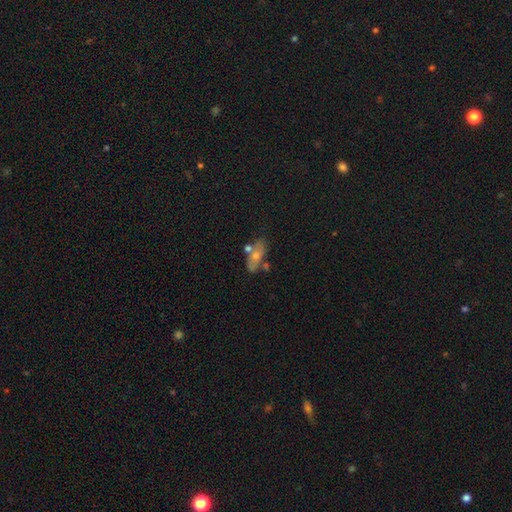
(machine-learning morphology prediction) Smooth or featured? smooth (44%)
Merging? none (55%)